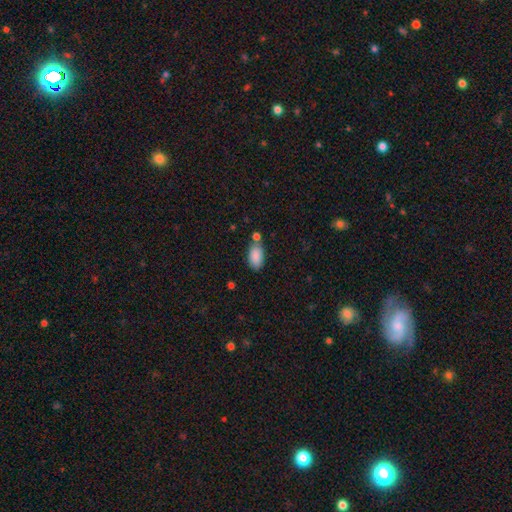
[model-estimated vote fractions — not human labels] A smooth galaxy with no disk features (88%) that is in between round and cigar-shaped (93%). Merging: none (65%).